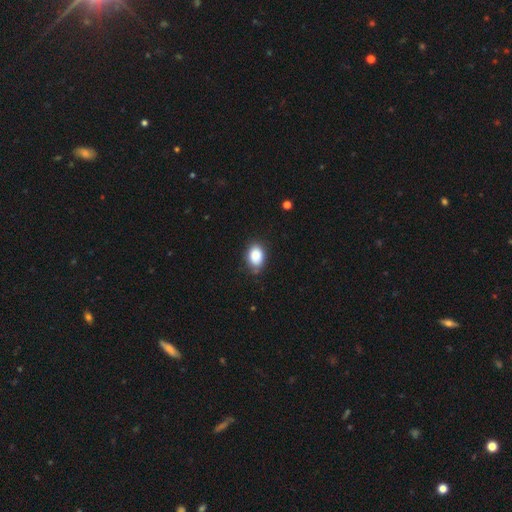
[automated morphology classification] Smooth or featured? smooth (87%)
How rounded? in between (80%)
Merging? none (77%)